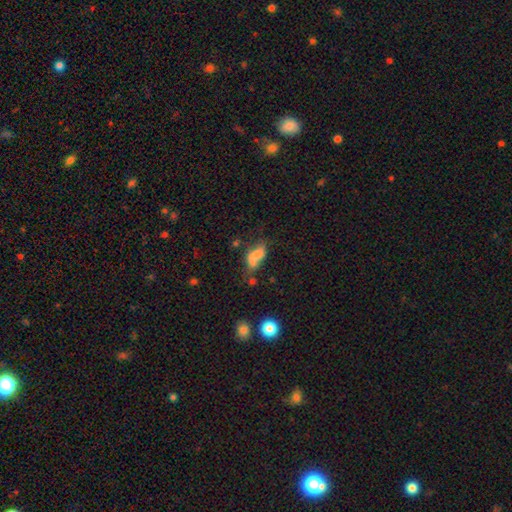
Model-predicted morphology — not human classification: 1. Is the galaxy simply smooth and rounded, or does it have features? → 52% smooth, 34% featured or disk, 14% star or artifact.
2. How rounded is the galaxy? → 83% in between, 10% round, 7% cigar-shaped.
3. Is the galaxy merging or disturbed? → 27% none (tied), 27% major disturbance (tied), 25% merger, 22% minor disturbance.